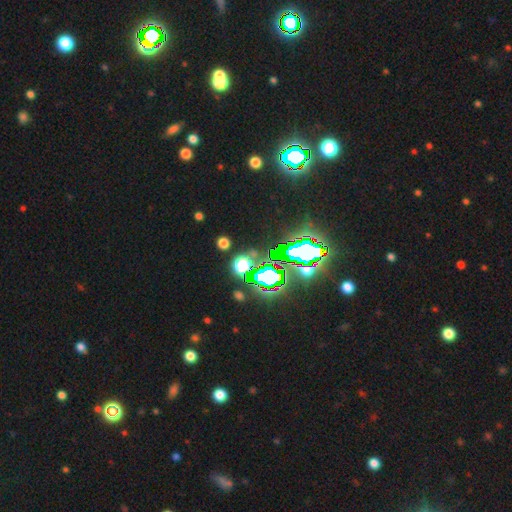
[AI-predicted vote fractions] Smooth or featured?
  - star or artifact: 78% *
  - smooth: 13%
  - featured or disk: 9%